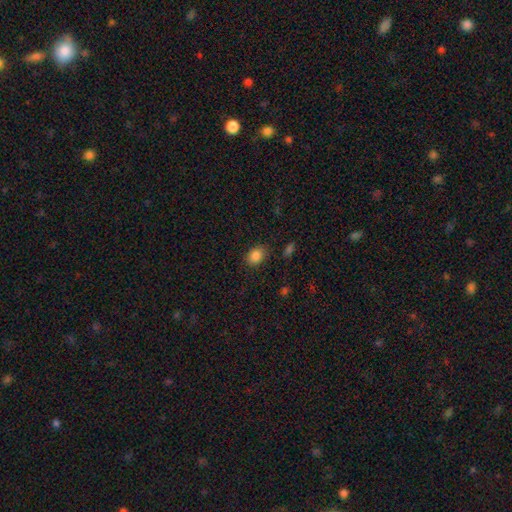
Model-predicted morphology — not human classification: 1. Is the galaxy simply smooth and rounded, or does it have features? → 85% smooth, 10% star or artifact, 5% featured or disk.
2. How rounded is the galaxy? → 66% in between, 33% round, 1% cigar-shaped.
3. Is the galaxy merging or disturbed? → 83% none, 12% minor disturbance, 3% major disturbance, 2% merger.